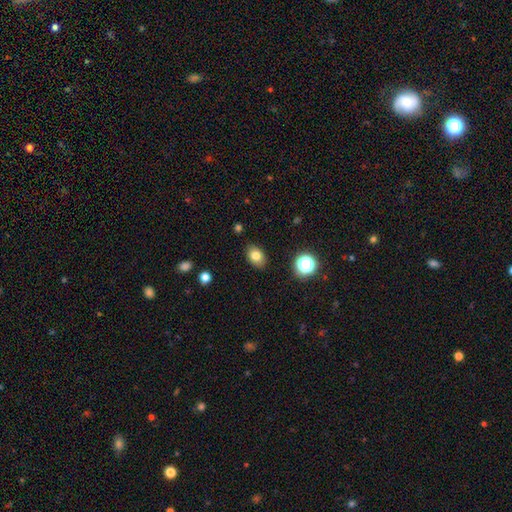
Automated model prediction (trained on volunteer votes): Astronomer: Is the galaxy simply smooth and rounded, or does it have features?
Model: smooth — 80%.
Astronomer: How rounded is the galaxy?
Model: in between — 77%.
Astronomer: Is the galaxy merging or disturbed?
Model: none — 87%.